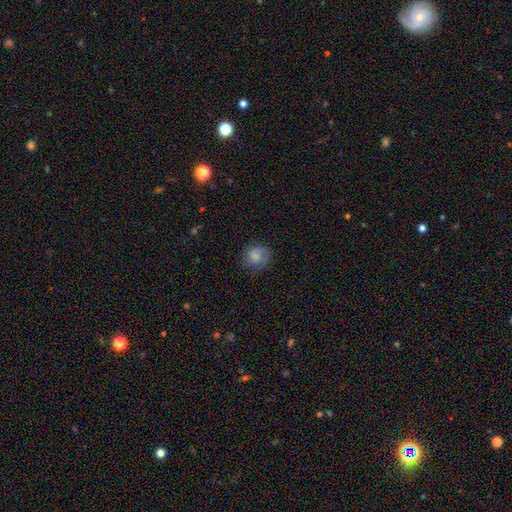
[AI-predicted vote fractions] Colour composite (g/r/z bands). It shows a smooth galaxy with no disk features (76%) that is round (75%). Merging: none (69%).